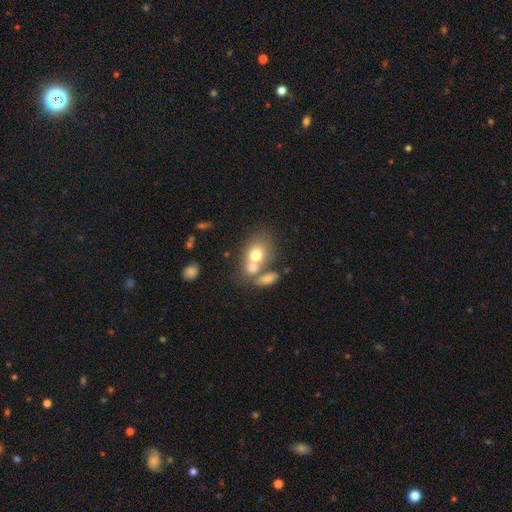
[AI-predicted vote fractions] The model was most divided on "merging": merger: 51%, none: 32%, minor disturbance: 10%, major disturbance: 7%. More confident: smooth or featured — smooth (69%); how rounded — in between (60%).